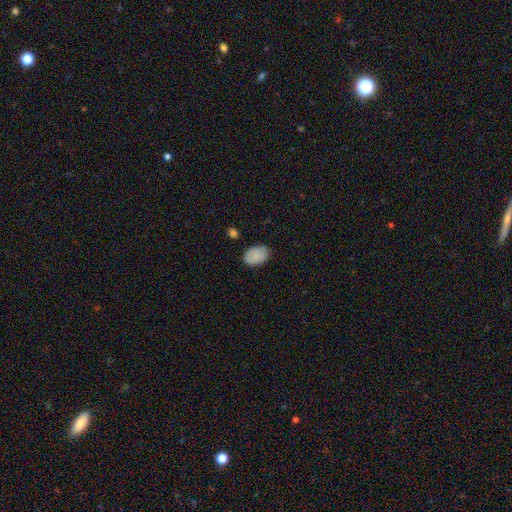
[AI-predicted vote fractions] Q: Smooth or featured?
A: smooth (87%); runner-up: star or artifact (7%)
Q: How rounded?
A: in between (87%); runner-up: round (12%)
Q: Merging?
A: none (82%); runner-up: minor disturbance (14%)